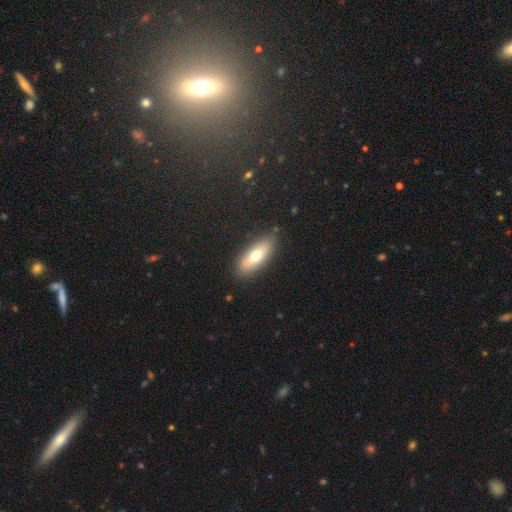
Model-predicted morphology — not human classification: Smooth or featured? Predicted: smooth (p=0.67). How rounded? Predicted: in between (p=0.64). Merging? Predicted: none (p=0.85).